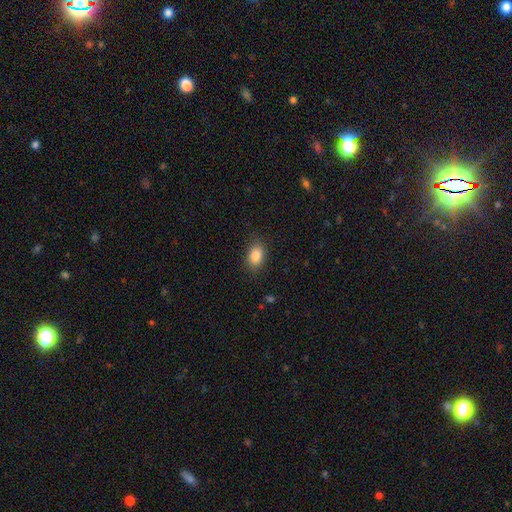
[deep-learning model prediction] Smooth or featured? Predicted: smooth (p=0.86). How rounded? Predicted: in between (p=0.86). Merging? Predicted: none (p=0.84).